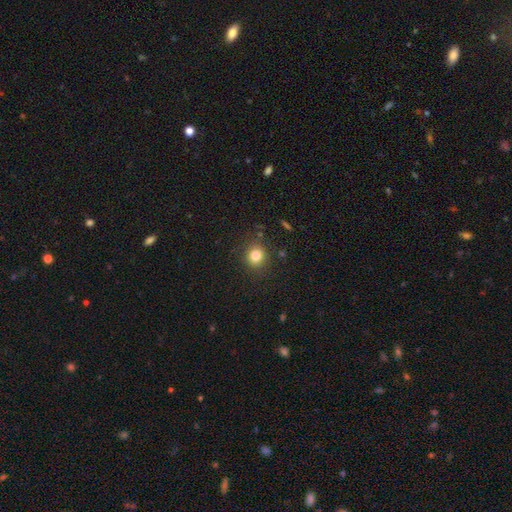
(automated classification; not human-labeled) smooth-or-featured: smooth: 81% | star or artifact: 12% | featured or disk: 7%
  how-rounded: round: 84% | in between: 15% | cigar-shaped: 1%
  merging: none: 87% | minor disturbance: 8% | major disturbance: 3% | merger: 2%